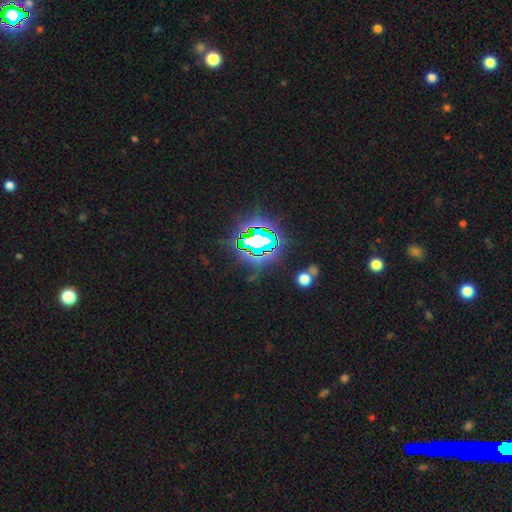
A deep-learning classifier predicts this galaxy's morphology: A star or artifact, not a galaxy (84%).